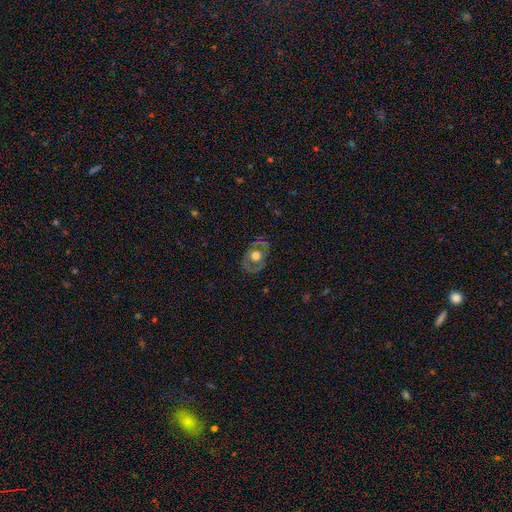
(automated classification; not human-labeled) Smooth or featured: featured or disk — 54% (smooth — 38%)
Edge-on disk: no — 93% (yes — 7%)
Bar: no — 86% (weak — 11%)
Spiral arms: no — 77% (yes — 23%)
Bulge size: moderate — 46% (large — 44%)
Merging: none — 73% (minor disturbance — 16%)